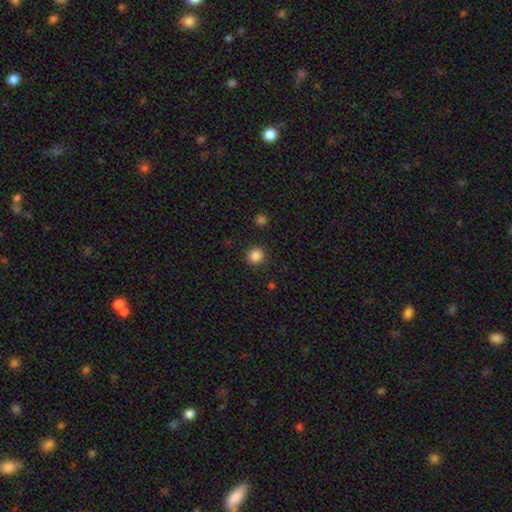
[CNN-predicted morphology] Smooth or featured?
  - smooth: 86% *
  - star or artifact: 11%
  - featured or disk: 3%
How rounded?
  - round: 89% *
  - in between: 10%
  - cigar-shaped: 1%
Merging?
  - none: 90% *
  - minor disturbance: 6%
  - major disturbance: 2%
  - merger: 1%